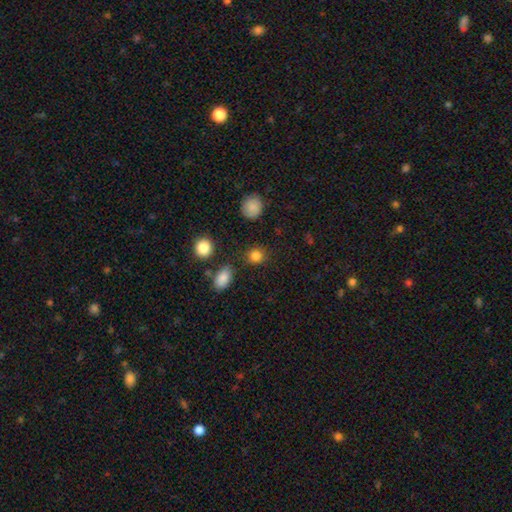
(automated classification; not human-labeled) Overall: smooth (83%). How rounded: round (82%). Merging: none (83%).